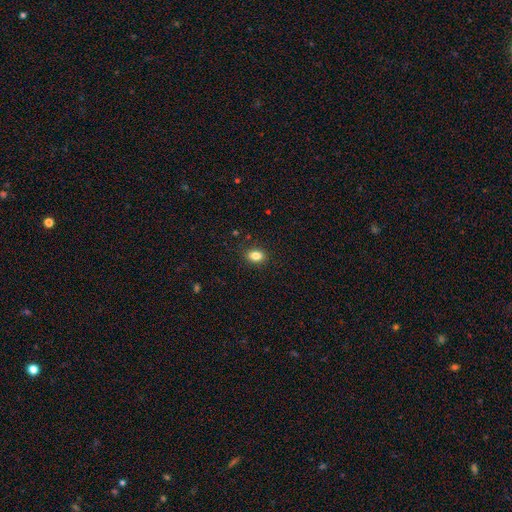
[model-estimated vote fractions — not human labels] Morphology: type=smooth (84%); roundness=in between (74%); merging=none (88%).